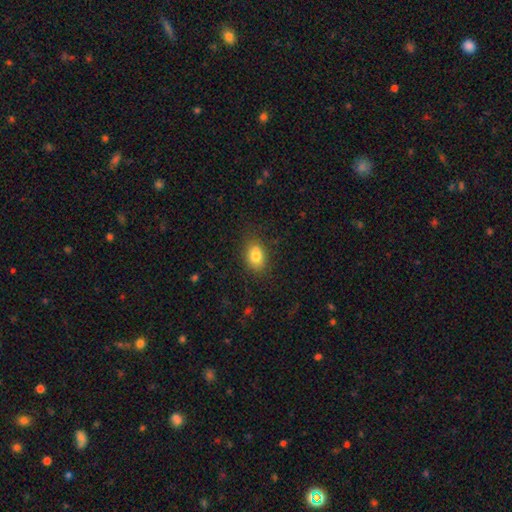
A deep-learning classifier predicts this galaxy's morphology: smooth 82%, star or artifact 9%, featured or disk 9%. Down the decision tree: how rounded — in between (79%); merging — none (79%).